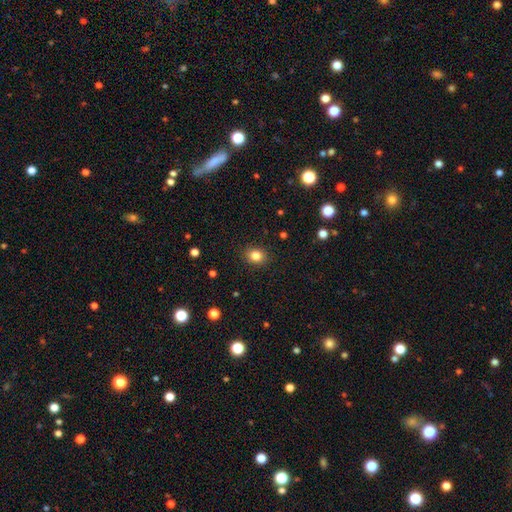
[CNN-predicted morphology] Smooth or featured?
  - smooth: 83% *
  - star or artifact: 11%
  - featured or disk: 6%
How rounded?
  - round: 57% *
  - in between: 42%
  - cigar-shaped: 1%
Merging?
  - none: 89% *
  - minor disturbance: 8%
  - major disturbance: 2%
  - merger: 1%